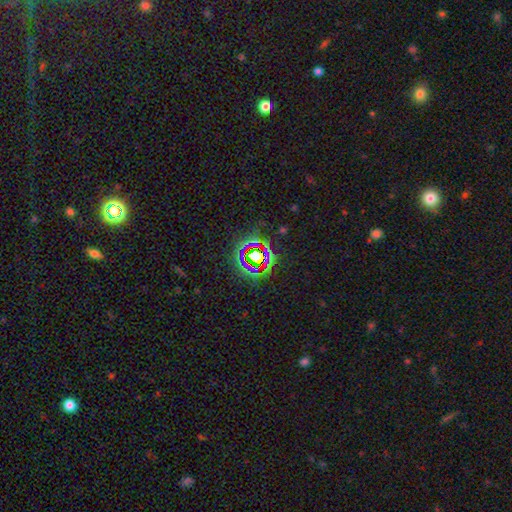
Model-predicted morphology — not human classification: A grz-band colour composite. It shows a star or artifact, not a galaxy (72%).